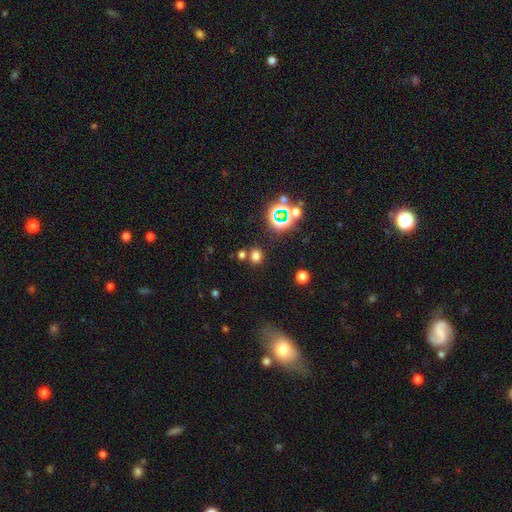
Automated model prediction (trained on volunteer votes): This is likely a smooth galaxy (66%). How rounded: likely round (71%). Merging: likely none (76%).